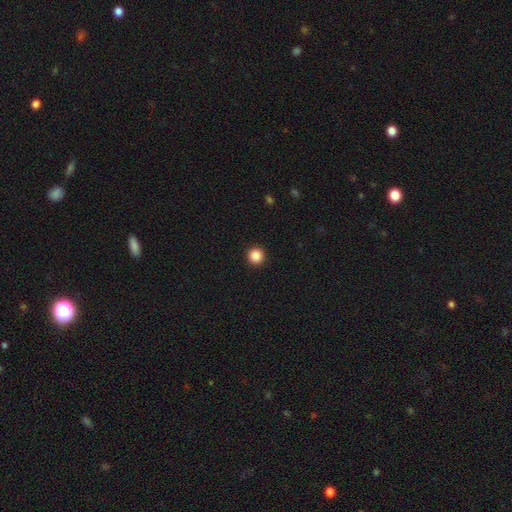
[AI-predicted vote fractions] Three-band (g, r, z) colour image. It shows a smooth galaxy with no disk features (87%) that is round (96%). Merging: none (94%).